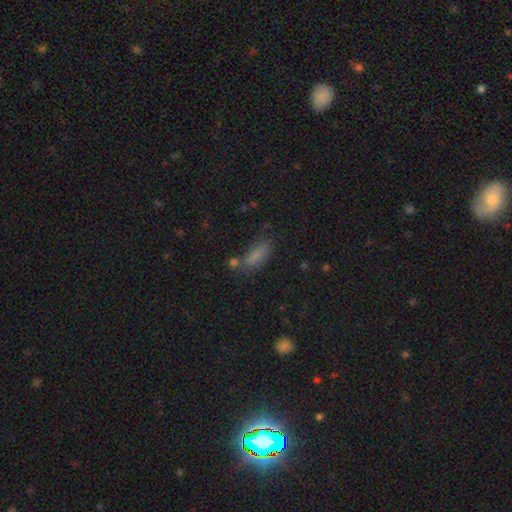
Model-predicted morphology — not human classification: Smooth or featured? smooth (74%)
How rounded? in between (70%)
Merging? none (61%)